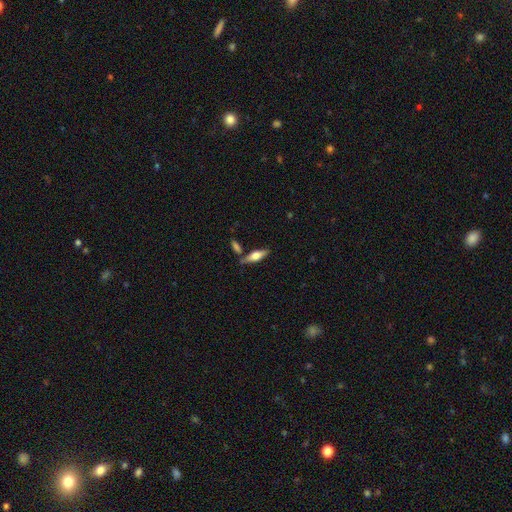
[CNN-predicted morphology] smooth_or_featured: smooth (p=0.49) [alt: featured or disk p=0.44]
merging: none (p=0.72) [alt: minor disturbance p=0.13]